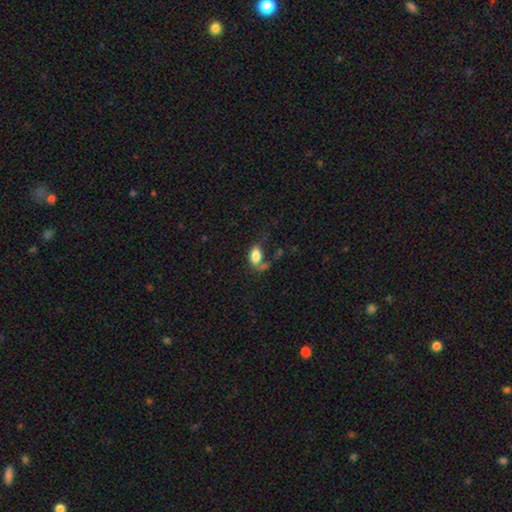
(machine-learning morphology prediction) Smooth or featured? smooth (79%)
How rounded? in between (91%)
Merging? none (41%)